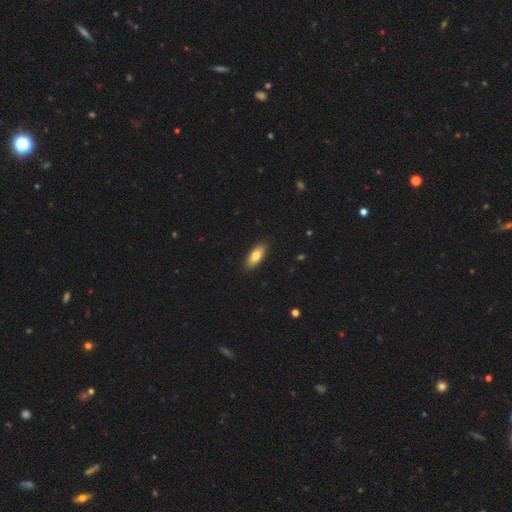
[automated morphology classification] Overall: smooth (80%). How rounded: in between (76%). Merging: none (89%).